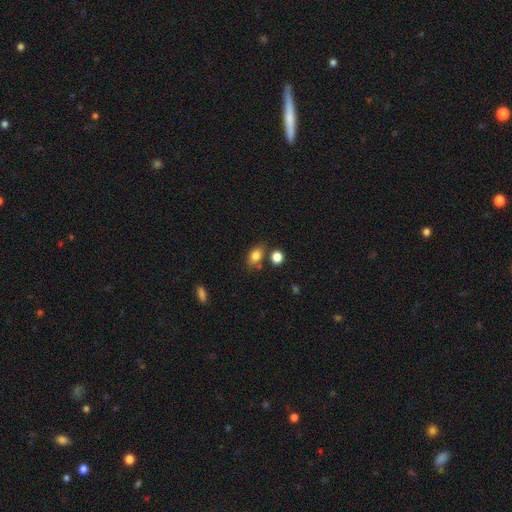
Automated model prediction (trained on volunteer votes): Q: Smooth or featured?
A: smooth (81%); runner-up: star or artifact (10%)
Q: How rounded?
A: in between (77%); runner-up: round (21%)
Q: Merging?
A: none (69%); runner-up: minor disturbance (15%)